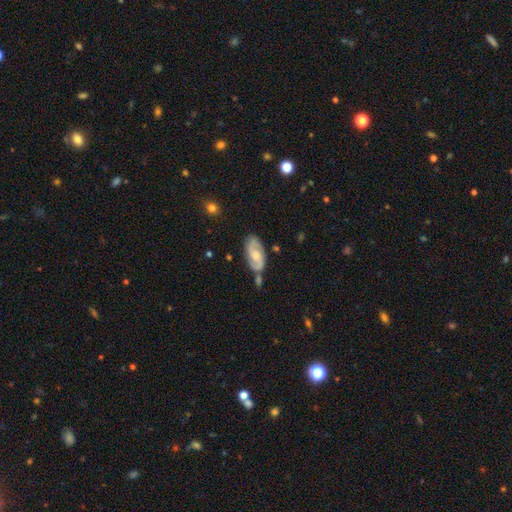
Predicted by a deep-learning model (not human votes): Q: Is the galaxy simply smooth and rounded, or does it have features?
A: featured or disk — 68%.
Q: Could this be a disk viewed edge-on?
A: no — 94%.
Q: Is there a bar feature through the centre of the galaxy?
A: no — 51%.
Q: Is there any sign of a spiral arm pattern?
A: yes — 92%.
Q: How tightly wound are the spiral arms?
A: medium — 50%.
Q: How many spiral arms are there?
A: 2 — 84%.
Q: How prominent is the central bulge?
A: moderate — 45%.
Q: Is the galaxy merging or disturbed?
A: none — 64%.